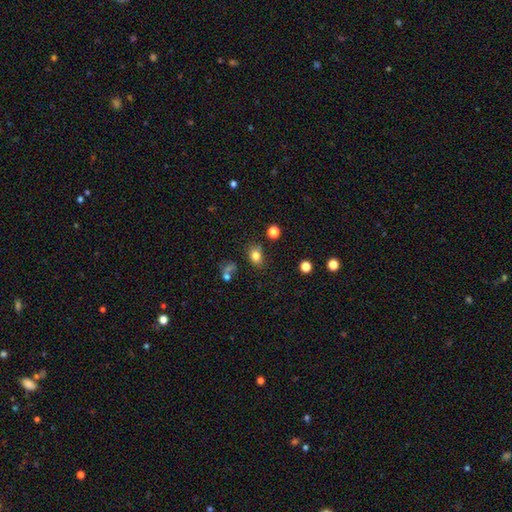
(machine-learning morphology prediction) A smooth galaxy with no disk features (80%) that is in between round and cigar-shaped (59%). Merging: none (74%).